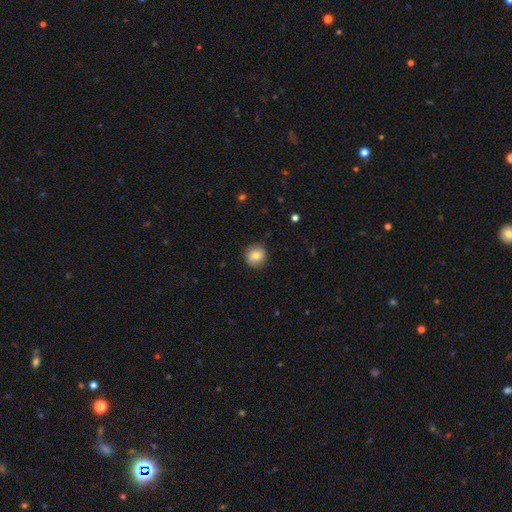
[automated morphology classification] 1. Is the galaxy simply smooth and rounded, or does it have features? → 81% smooth, 11% featured or disk, 9% star or artifact.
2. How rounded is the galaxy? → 90% round, 9% in between, 1% cigar-shaped.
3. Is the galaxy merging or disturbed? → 87% none, 10% minor disturbance, 2% major disturbance, 1% merger.